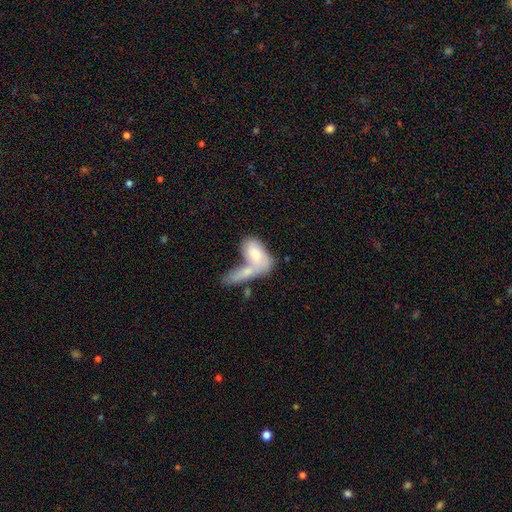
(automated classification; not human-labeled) This appears to be a smooth galaxy with no disk features (72%) that is in between round and cigar-shaped (86%). Merging: merger (62%).